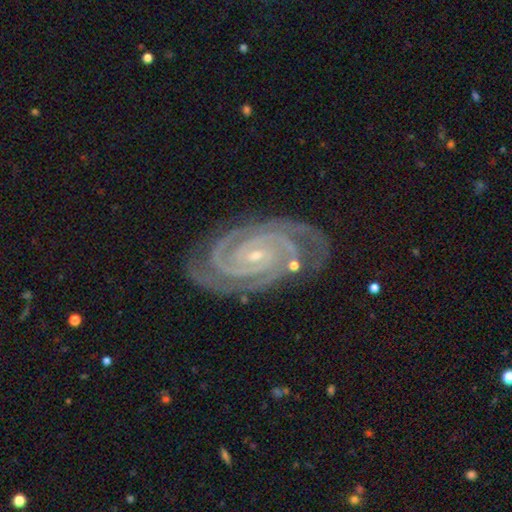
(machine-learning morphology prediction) smooth-or-featured: featured or disk: 93% | star or artifact: 5% | smooth: 2%
  disk-edge-on: no: 98% | yes: 2%
    bar: no: 57% | weak: 26% | strong: 17%
    has-spiral-arms: yes: 99% | no: 1%
      spiral-winding: tight: 83% | medium: 15% | loose: 2%
      spiral-arm-count: 2: 57% | 3: 19% | 4: 9% | can't tell: 6% | more than 4: 5% | 1: 4%
    bulge-size: small: 86% | moderate: 10% | none: 2% | large: 1% | dominant: 1%
  merging: none: 78% | minor disturbance: 15% | major disturbance: 4% | merger: 2%